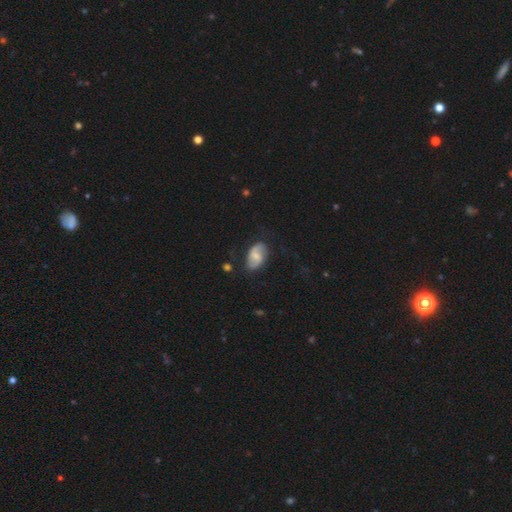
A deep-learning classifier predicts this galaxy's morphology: A featured or disk galaxy (59%) with a weak bar (48%), spiral arms (88%) and a small central bulge (46%). Merging: none (71%).